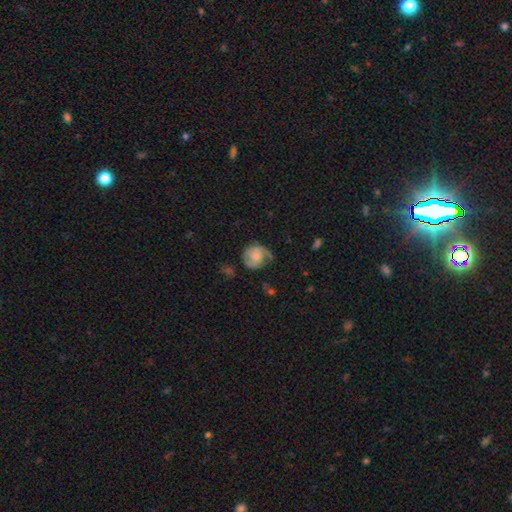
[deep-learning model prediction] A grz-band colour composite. It shows a featured or disk galaxy (57%) with no bar (74%), spiral arms (86%) and a small central bulge (44%). Merging: none (52%).